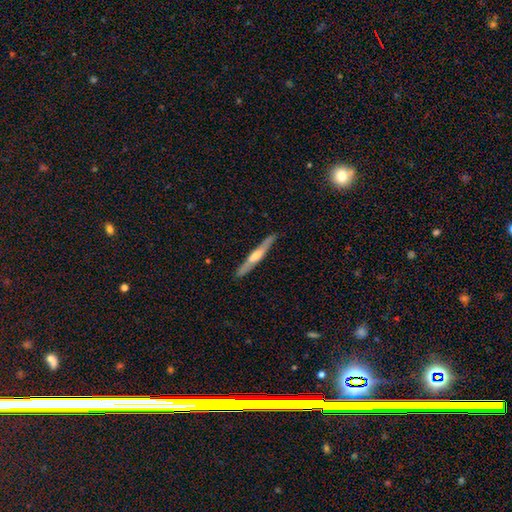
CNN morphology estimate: smooth-or-featured: featured or disk: 65% | smooth: 30% | star or artifact: 5%
  disk-edge-on: yes: 96% | no: 4%
    edge-on-bulge: rounded: 75% | none: 17% | boxy: 8%
  merging: none: 90% | minor disturbance: 7% | major disturbance: 1% | merger: 1%